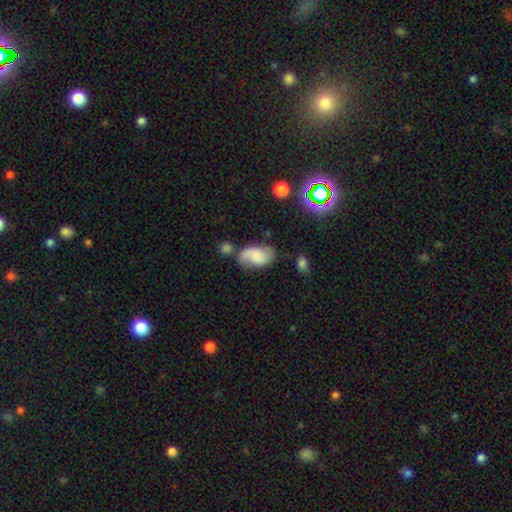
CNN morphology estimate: This is possibly a smooth galaxy (58%). How rounded: clearly in between (92%). Merging: possibly none (51%).